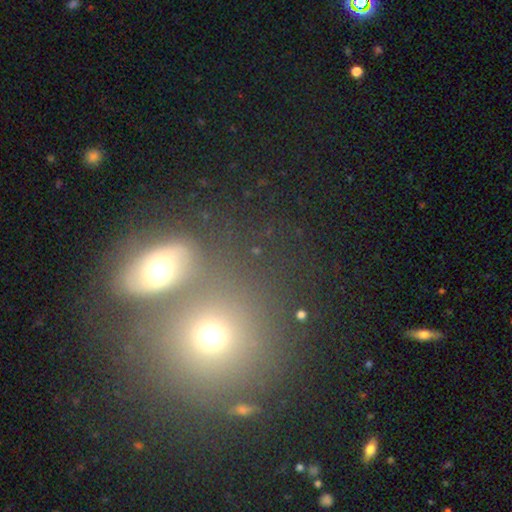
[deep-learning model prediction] smooth_or_featured: smooth (p=0.58) [alt: star or artifact p=0.22]
how_rounded: round (p=0.69) [alt: in between p=0.28]
merging: none (p=0.44) [alt: merger p=0.42]